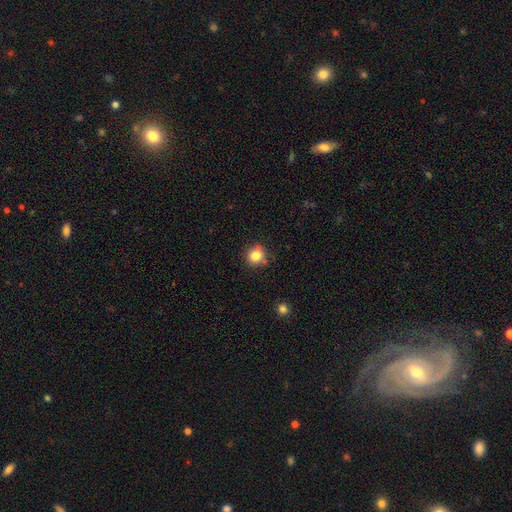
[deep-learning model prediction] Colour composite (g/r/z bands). It shows a smooth galaxy with no disk features (82%) that is round (90%). Merging: none (77%).